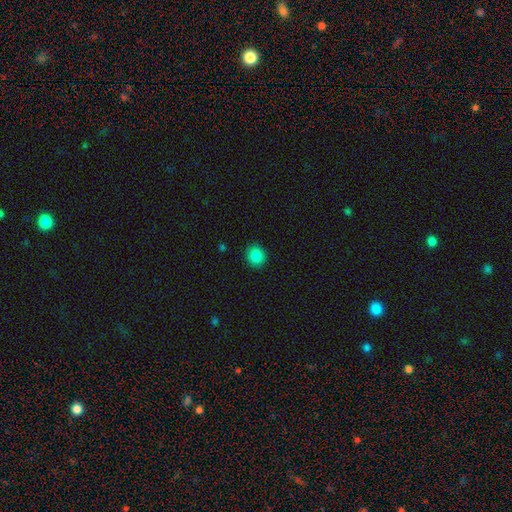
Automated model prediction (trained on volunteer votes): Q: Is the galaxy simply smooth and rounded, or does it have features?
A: smooth — 86%.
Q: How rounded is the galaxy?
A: round — 84%.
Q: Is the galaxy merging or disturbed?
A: none — 91%.